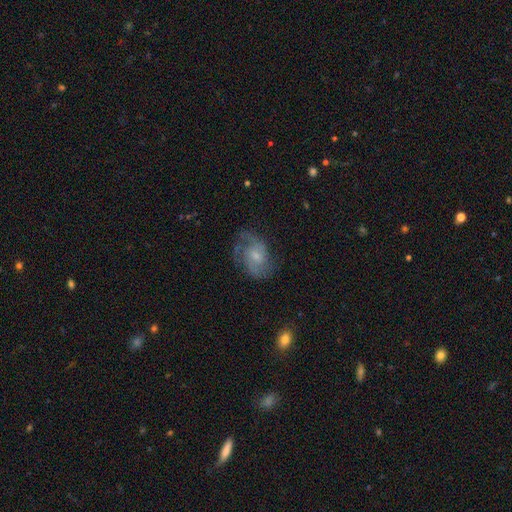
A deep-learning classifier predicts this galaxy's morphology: The model was most divided on "bar": no: 58%, weak: 37%, strong: 5%. More confident: edge-on disk — no (97%); spiral arms — yes (92%); smooth or featured — featured or disk (75%); spiral arm count — 2 (67%); merging — none (62%); bulge size — small (59%); spiral winding — medium (51%).